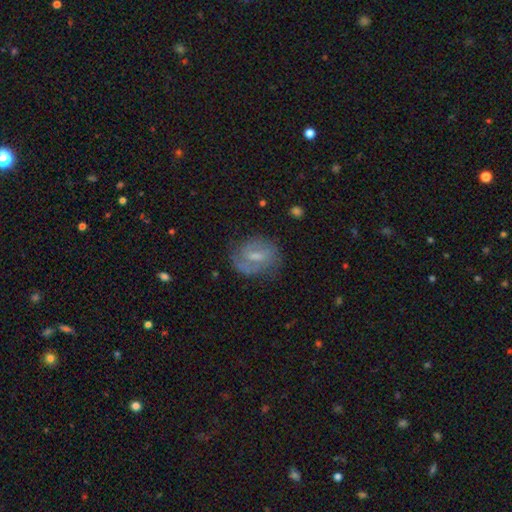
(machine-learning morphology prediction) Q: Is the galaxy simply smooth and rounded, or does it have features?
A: featured or disk — 58%.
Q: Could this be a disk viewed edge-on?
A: no — 96%.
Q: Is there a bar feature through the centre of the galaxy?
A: weak — 55%.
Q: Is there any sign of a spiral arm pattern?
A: yes — 75%.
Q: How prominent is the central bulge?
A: small — 41%.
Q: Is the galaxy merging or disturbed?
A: none — 64%.